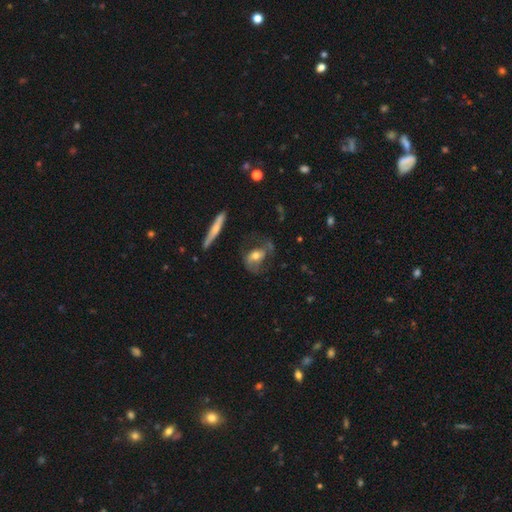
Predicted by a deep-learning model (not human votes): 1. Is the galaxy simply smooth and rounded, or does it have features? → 53% featured or disk, 39% smooth, 8% star or artifact.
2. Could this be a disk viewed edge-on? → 84% no, 16% yes.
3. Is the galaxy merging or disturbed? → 42% none, 28% major disturbance, 25% minor disturbance, 5% merger.